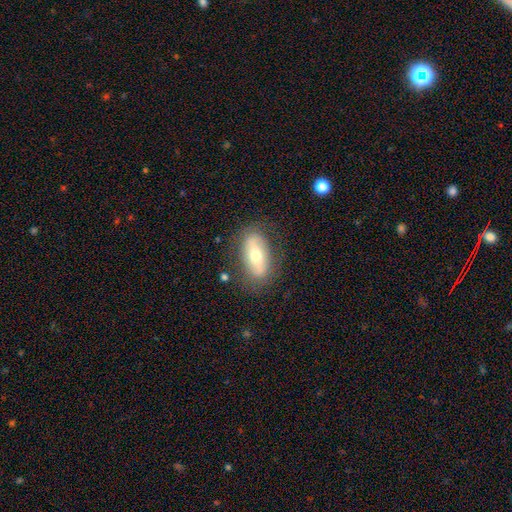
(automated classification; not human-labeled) This appears to be a smooth galaxy with no disk features (50%) that is in between round and cigar-shaped (84%). Merging: none (78%).